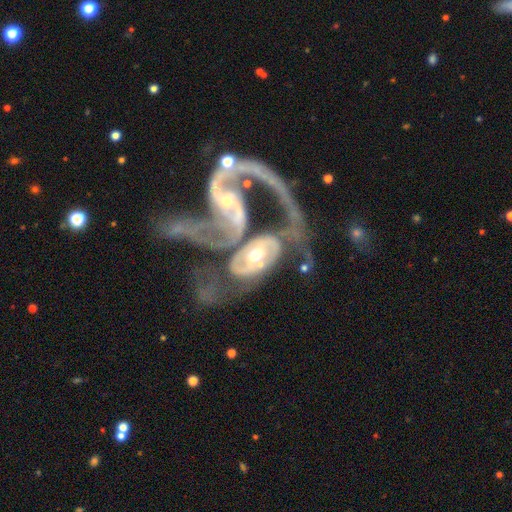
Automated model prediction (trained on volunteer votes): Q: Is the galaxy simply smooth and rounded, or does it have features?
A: featured or disk — 84%.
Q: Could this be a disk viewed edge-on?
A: no — 95%.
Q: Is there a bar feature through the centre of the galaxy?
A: no — 46%.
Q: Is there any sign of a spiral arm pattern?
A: yes — 86%.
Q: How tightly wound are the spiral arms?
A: loose — 56%.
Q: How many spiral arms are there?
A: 2 — 74%.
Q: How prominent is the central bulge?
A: moderate — 52%.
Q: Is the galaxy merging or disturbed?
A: merger — 62%.